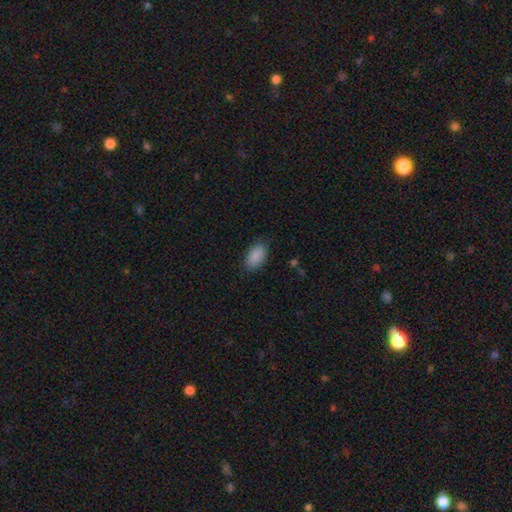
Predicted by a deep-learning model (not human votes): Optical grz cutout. It shows a smooth galaxy with no disk features (89%) that is in between round and cigar-shaped (93%). Merging: none (83%).